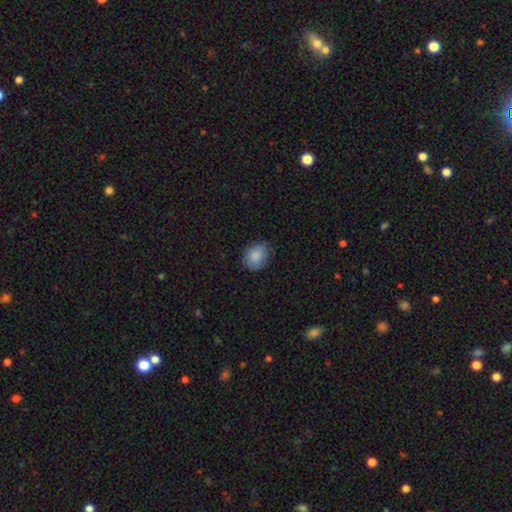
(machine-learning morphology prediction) smooth-or-featured: smooth: 87% | star or artifact: 7% | featured or disk: 6%
  how-rounded: in between: 50% | round: 49% | cigar-shaped: 1%
  merging: none: 77% | minor disturbance: 19% | major disturbance: 4% | merger: 1%